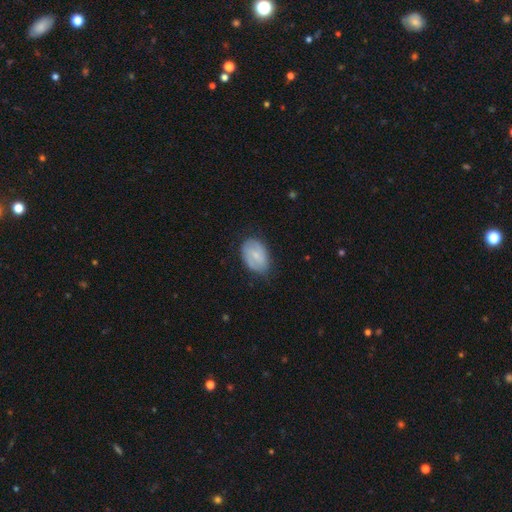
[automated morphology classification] Smooth or featured? featured or disk (53%)
Edge-on disk? no (96%)
Bar? weak (54%)
Spiral arms? yes (78%)
Bulge size? small (61%)
Merging? none (75%)